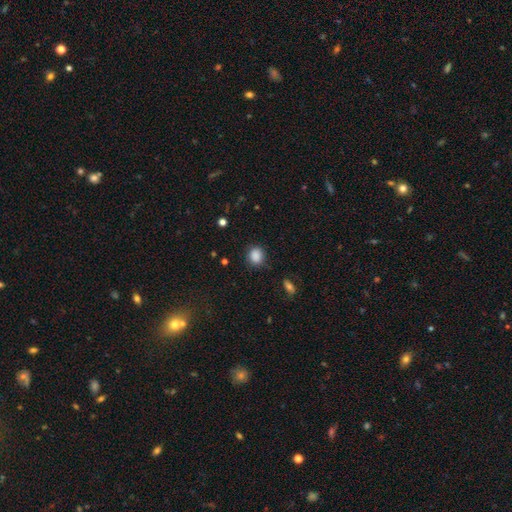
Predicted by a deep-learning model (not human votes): This appears to be a smooth galaxy with no disk features (87%) that is round (75%). Merging: none (81%).